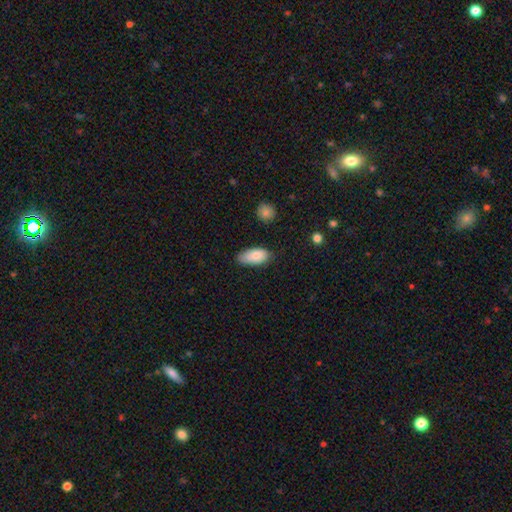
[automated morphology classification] A smooth galaxy with no disk features (83%) that is in between round and cigar-shaped (92%). Merging: none (70%).